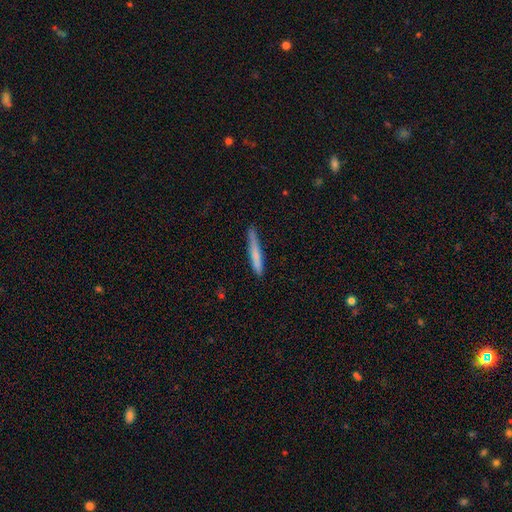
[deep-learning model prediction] Morphology: type=smooth (71%); roundness=cigar-shaped (95%); merging=none (79%).